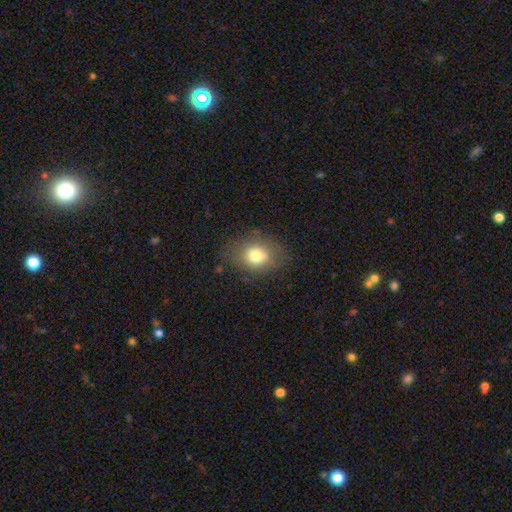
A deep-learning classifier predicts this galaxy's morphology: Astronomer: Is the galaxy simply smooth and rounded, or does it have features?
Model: smooth — 74%.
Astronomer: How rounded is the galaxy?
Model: in between — 63%.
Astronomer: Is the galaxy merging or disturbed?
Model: none — 76%.